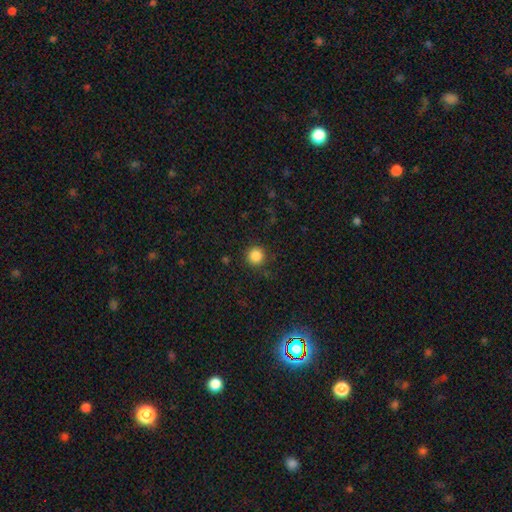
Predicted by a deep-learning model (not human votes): Smooth or featured?
  - smooth: 86% *
  - star or artifact: 11%
  - featured or disk: 4%
How rounded?
  - round: 95% *
  - in between: 4%
  - cigar-shaped: 1%
Merging?
  - none: 88% *
  - minor disturbance: 8%
  - major disturbance: 3%
  - merger: 1%